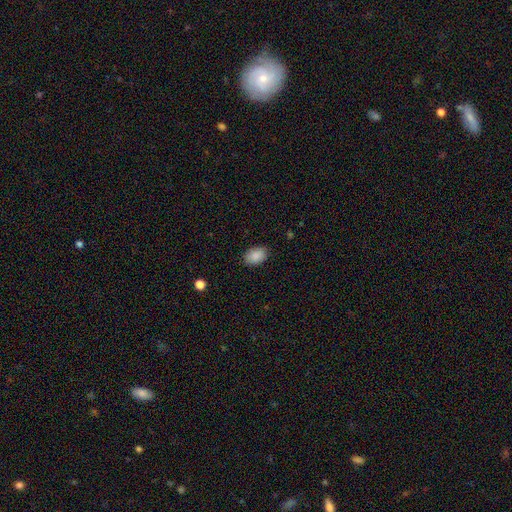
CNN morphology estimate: Overall: smooth (89%). How rounded: in between (86%). Merging: none (86%).